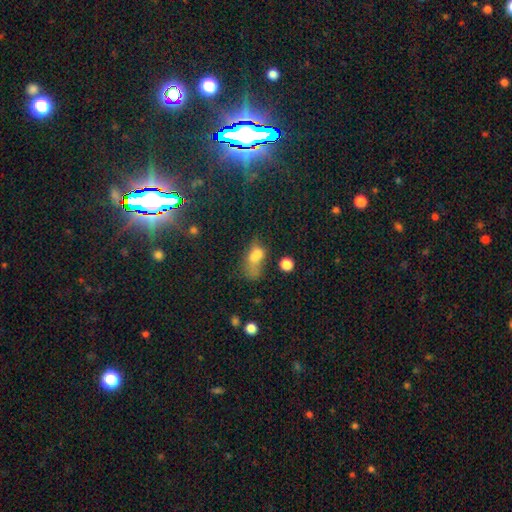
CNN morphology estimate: A smooth galaxy with no disk features (60%) that is in between round and cigar-shaped (68%).

Vote fractions:
- Smooth or featured? smooth: 60% / star or artifact: 21% / featured or disk: 19%
- How rounded? in between: 68% / round: 25% / cigar-shaped: 7%
- Merging? merger: 49% / none: 24% / major disturbance: 14% / minor disturbance: 13%